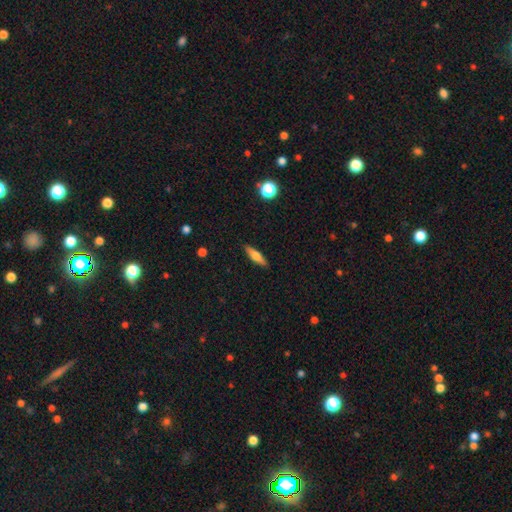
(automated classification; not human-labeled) This appears to be a smooth galaxy with no disk features (61%) that is cigar-shaped (67%). Merging: none (89%).